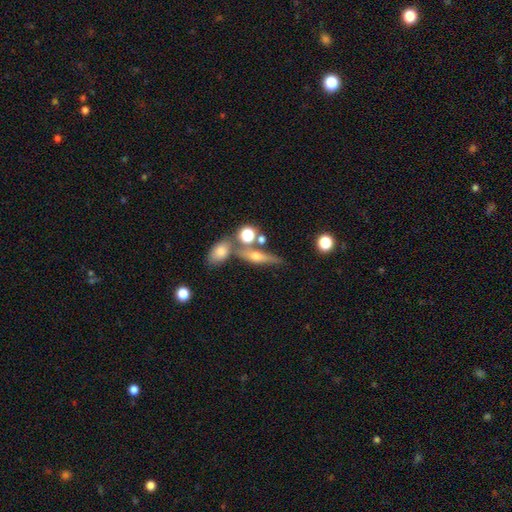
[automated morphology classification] smooth_or_featured: featured or disk (p=0.55) [alt: smooth p=0.33]
disk_edge_on: yes (p=0.84) [alt: no p=0.16]
merging: none (p=0.60) [alt: merger p=0.24]